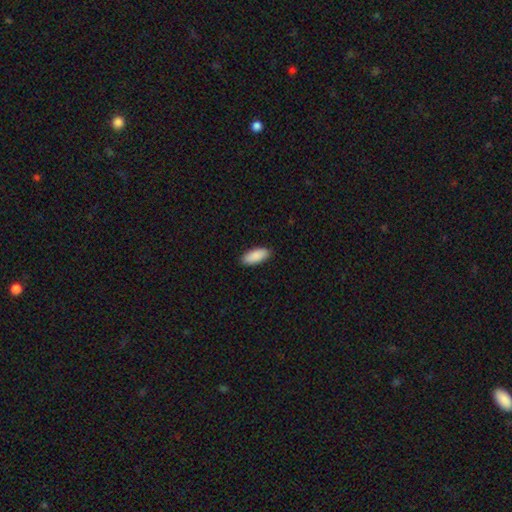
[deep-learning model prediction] Morphology: type=smooth (91%); roundness=in between (83%); merging=none (90%).